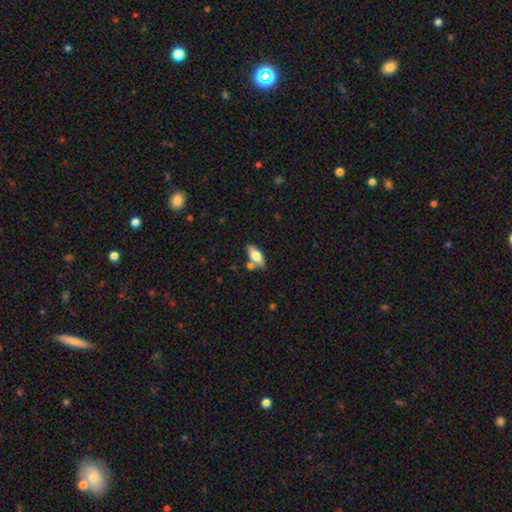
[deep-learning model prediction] A smooth galaxy with no disk features (65%) that is in between round and cigar-shaped (75%).

Vote fractions:
- Smooth or featured? smooth: 65% / featured or disk: 29% / star or artifact: 6%
- How rounded? in between: 75% / cigar-shaped: 22% / round: 3%
- Merging? none: 72% / minor disturbance: 13% / merger: 12% / major disturbance: 3%